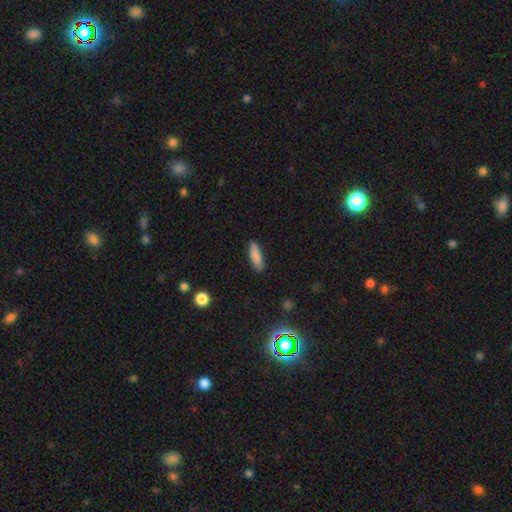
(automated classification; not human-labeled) This is clearly a smooth galaxy (86%). How rounded: possibly cigar-shaped (56%). Merging: clearly none (88%).